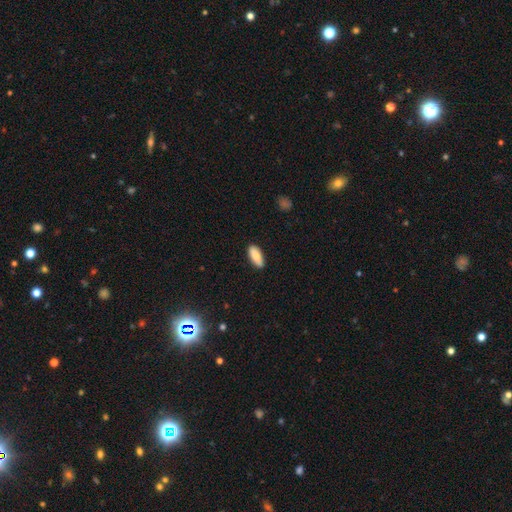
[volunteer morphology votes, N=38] Smooth or featured? 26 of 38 (68%) said smooth. How rounded? 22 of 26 (85%) said in between. Merging? 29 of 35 (83%) said none.